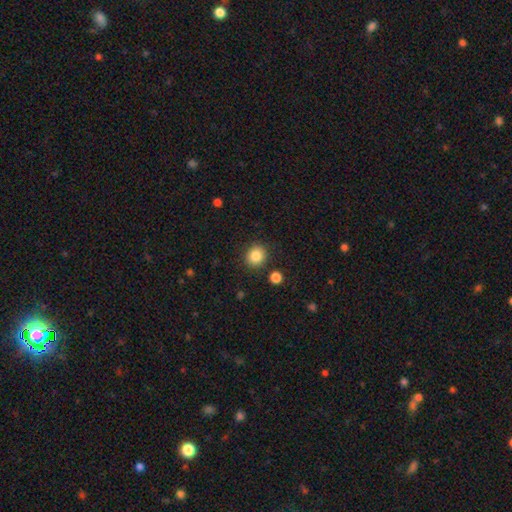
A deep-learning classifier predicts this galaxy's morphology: This is clearly a smooth galaxy (85%). How rounded: clearly round (83%). Merging: clearly none (87%).